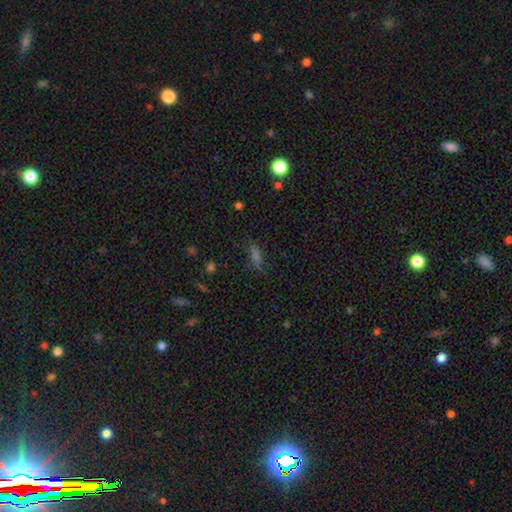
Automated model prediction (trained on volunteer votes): Q: Smooth or featured?
A: smooth (62%); runner-up: star or artifact (24%)
Q: How rounded?
A: cigar-shaped (54%); runner-up: in between (40%)
Q: Merging?
A: none (75%); runner-up: minor disturbance (17%)